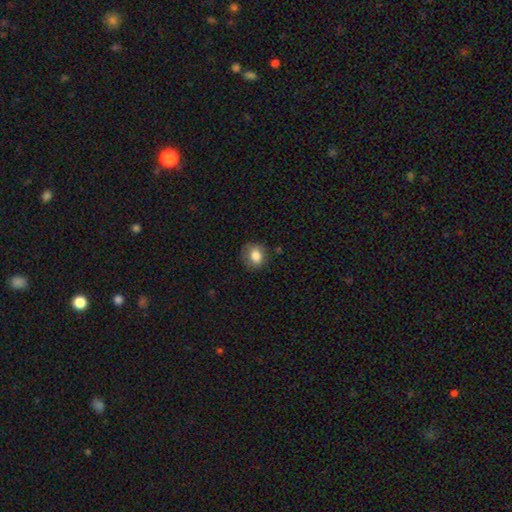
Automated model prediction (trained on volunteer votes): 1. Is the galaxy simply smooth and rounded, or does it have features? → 82% smooth, 9% featured or disk, 9% star or artifact.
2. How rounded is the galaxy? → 63% round, 36% in between, 1% cigar-shaped.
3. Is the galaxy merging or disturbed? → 73% none, 20% minor disturbance, 6% major disturbance, 2% merger.